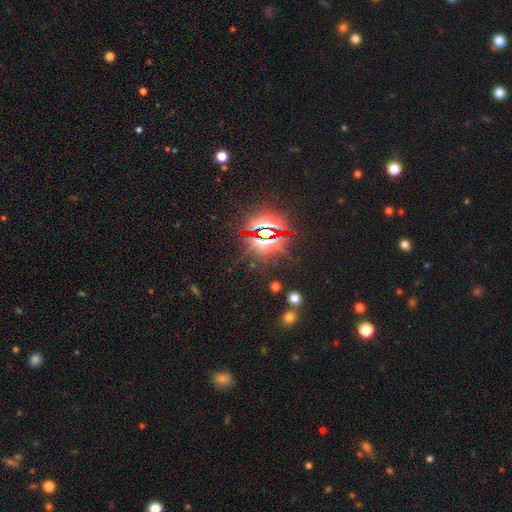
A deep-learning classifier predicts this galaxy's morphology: type=star or artifact (84%).